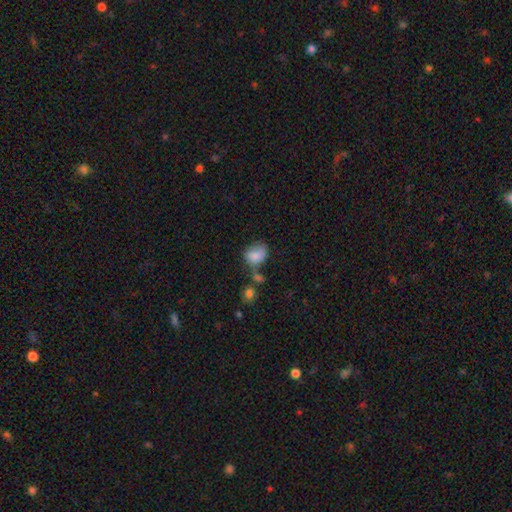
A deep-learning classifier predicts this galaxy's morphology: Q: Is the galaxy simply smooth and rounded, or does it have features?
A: smooth — 80%.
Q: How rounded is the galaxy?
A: in between — 56%.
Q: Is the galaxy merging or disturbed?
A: none — 44%.